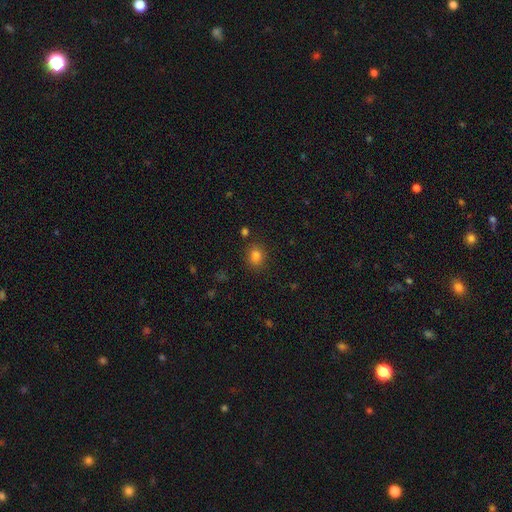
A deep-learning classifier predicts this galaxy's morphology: Smooth or featured: smooth — 82% (star or artifact — 13%)
How rounded: round — 50% (in between — 49%)
Merging: none — 83% (minor disturbance — 11%)